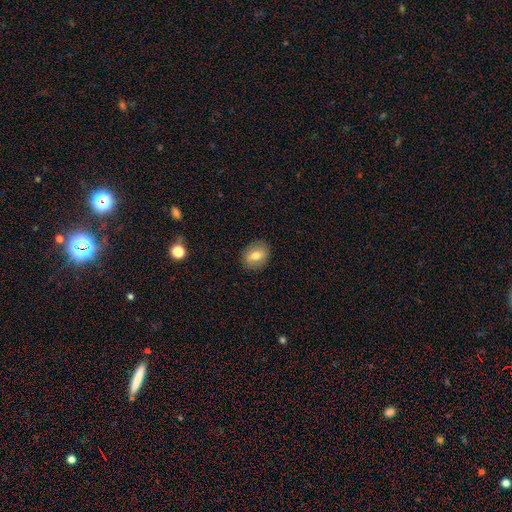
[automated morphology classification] A smooth galaxy with no disk features (71%) that is in between round and cigar-shaped (61%). Merging: none (87%).